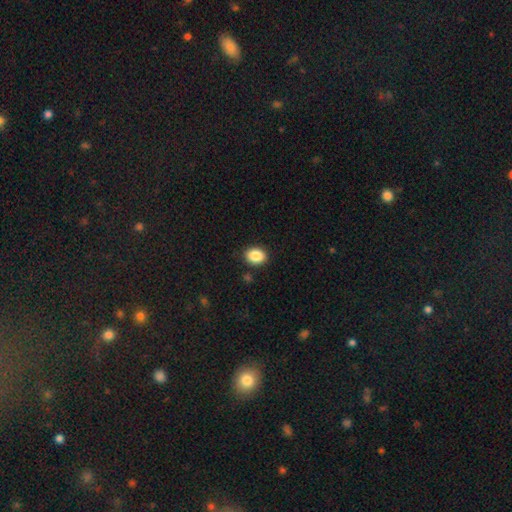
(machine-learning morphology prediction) The model was most divided on "how rounded": in between: 63%, round: 36%, cigar-shaped: 1%. More confident: merging — none (89%); smooth or featured — smooth (87%).